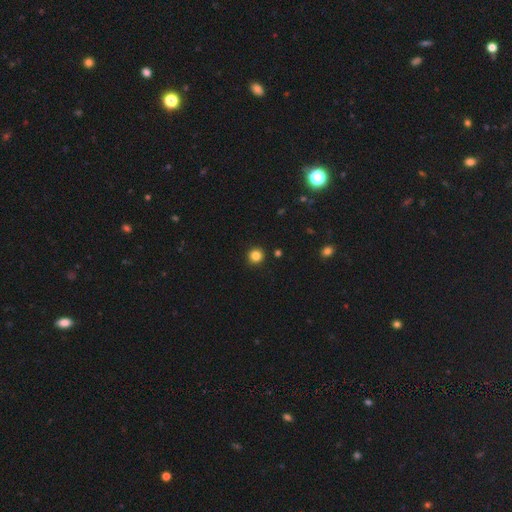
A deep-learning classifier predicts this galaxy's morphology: smooth-or-featured: smooth: 84% | star or artifact: 12% | featured or disk: 4%
  how-rounded: round: 94% | in between: 6% | cigar-shaped: 1%
  merging: none: 92% | minor disturbance: 5% | major disturbance: 2% | merger: 1%